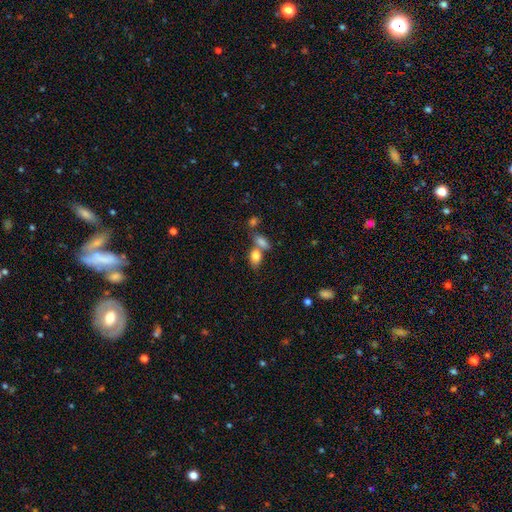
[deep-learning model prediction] A smooth galaxy with no disk features (82%) that is in between round and cigar-shaped (84%). Merging: merger (46%).